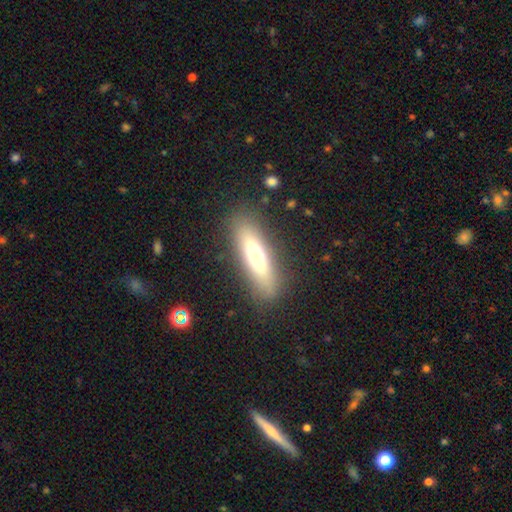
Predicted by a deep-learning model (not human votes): Smooth or featured? smooth (58%)
How rounded? cigar-shaped (58%)
Merging? none (84%)